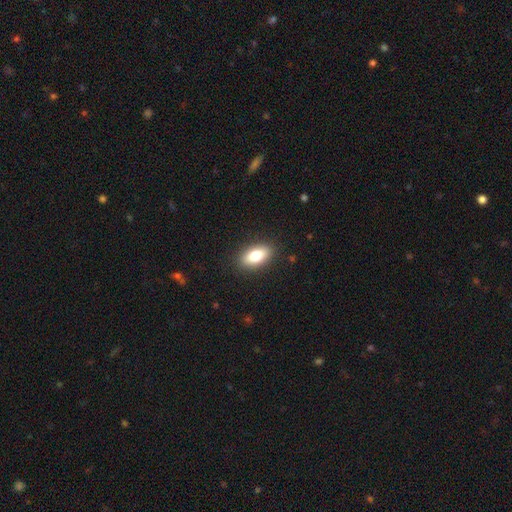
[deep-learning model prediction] This is likely a smooth galaxy (78%). How rounded: clearly in between (87%). Merging: clearly none (89%).